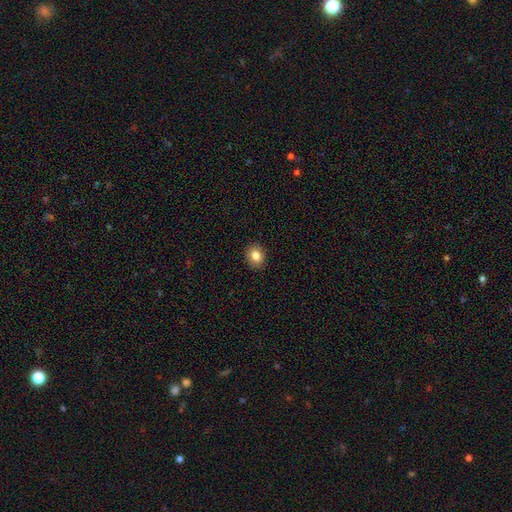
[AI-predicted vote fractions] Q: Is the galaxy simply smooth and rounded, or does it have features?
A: smooth — 84%.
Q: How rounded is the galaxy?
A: round — 60%.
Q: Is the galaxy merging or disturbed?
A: none — 90%.